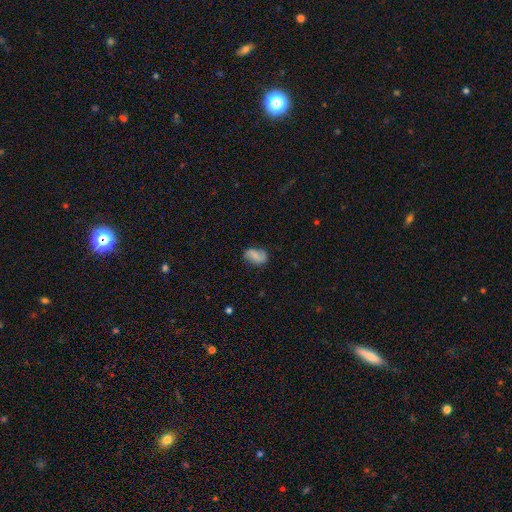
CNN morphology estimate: type=smooth (50%); merging=none (72%).